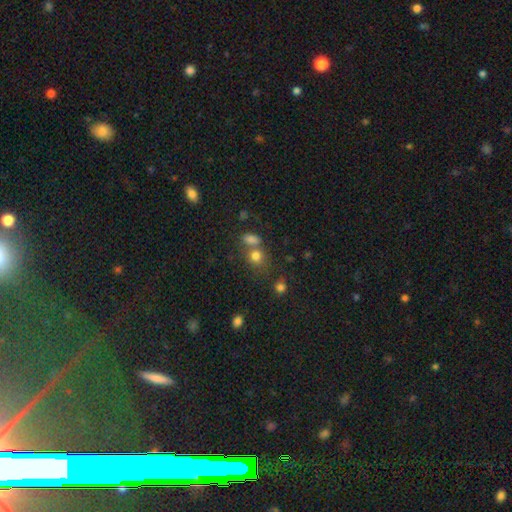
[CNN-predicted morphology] Smooth or featured? smooth (76%)
How rounded? round (64%)
Merging? none (50%)